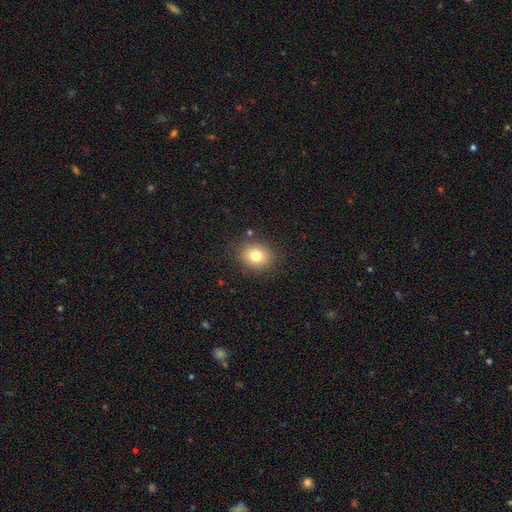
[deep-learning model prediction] The model was most divided on "how rounded": round: 59%, in between: 40%, cigar-shaped: 1%. More confident: merging — none (84%); smooth or featured — smooth (80%).